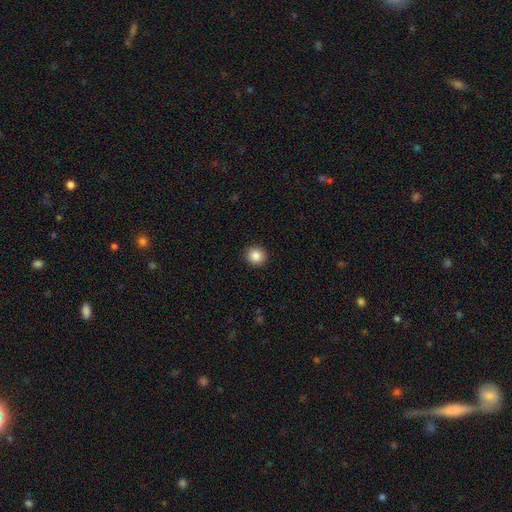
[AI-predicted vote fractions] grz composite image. It shows a smooth galaxy with no disk features (86%) that is round (88%). Merging: none (92%).